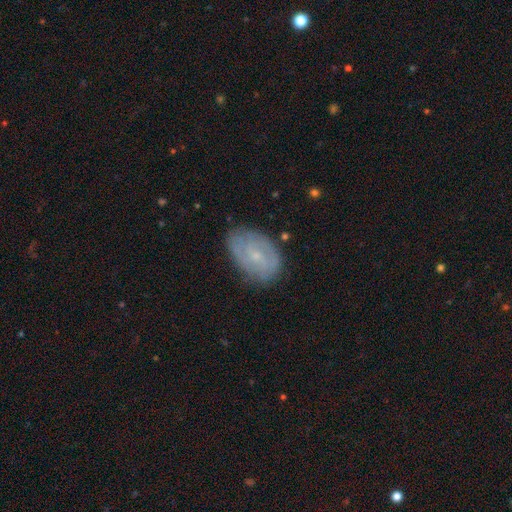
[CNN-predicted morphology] A featured or disk galaxy (54%) with no bar (61%), spiral arms (68%) and a small central bulge (75%). Merging: none (73%).